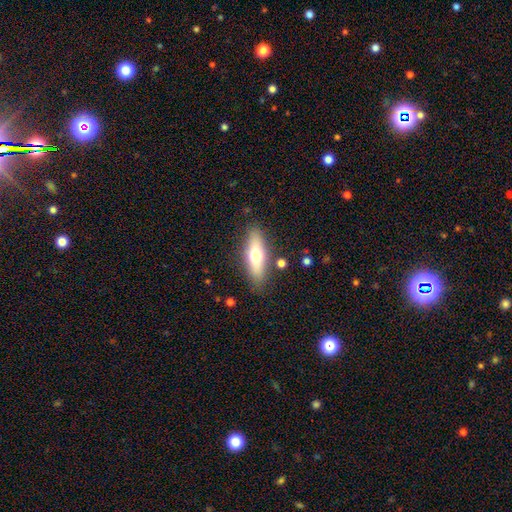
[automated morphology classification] The model was most divided on "how rounded": in between: 49%, cigar-shaped: 48%, round: 3%. More confident: merging — none (83%); smooth or featured — smooth (61%).